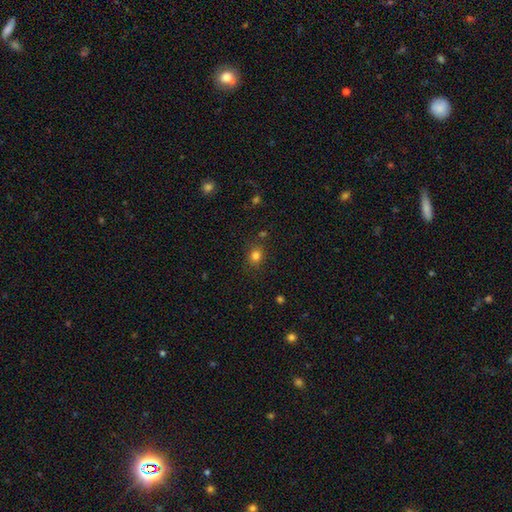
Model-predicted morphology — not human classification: Smooth or featured? smooth (80%)
How rounded? round (63%)
Merging? none (80%)